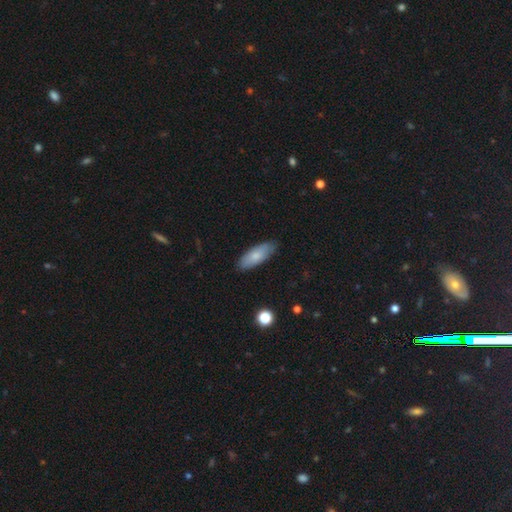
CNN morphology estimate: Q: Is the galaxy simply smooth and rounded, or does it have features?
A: smooth — 78%.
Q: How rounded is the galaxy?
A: in between — 73%.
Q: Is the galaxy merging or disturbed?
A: none — 83%.